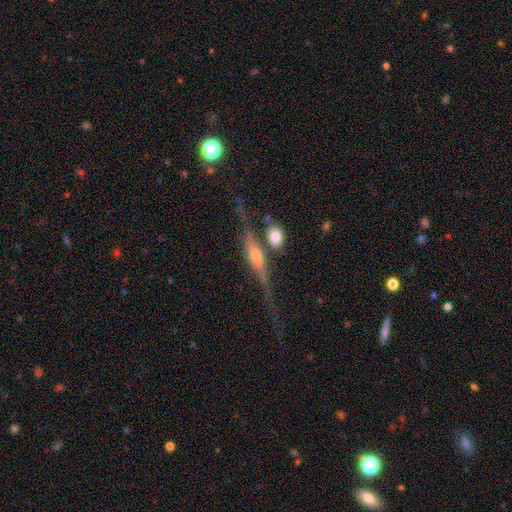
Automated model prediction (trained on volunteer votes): Smooth or featured? Predicted: featured or disk (p=0.78). Edge-on disk? Predicted: yes (p=0.90). Edge-on bulge? Predicted: rounded (p=0.72). Merging? Predicted: none (p=0.61).